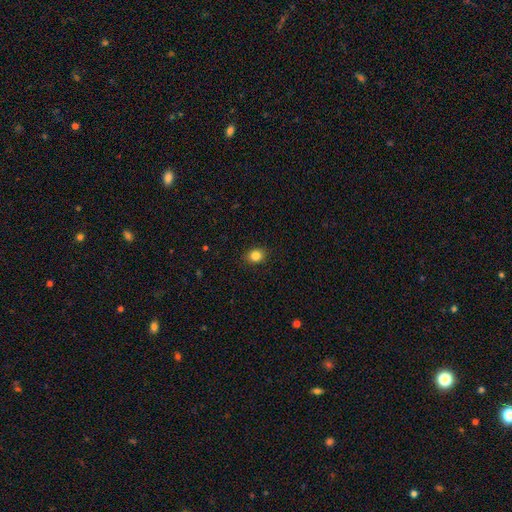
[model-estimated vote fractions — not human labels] Smooth or featured?
  - smooth: 84% *
  - star or artifact: 11%
  - featured or disk: 5%
How rounded?
  - round: 63% *
  - in between: 36%
  - cigar-shaped: 1%
Merging?
  - none: 90% *
  - minor disturbance: 7%
  - major disturbance: 2%
  - merger: 1%